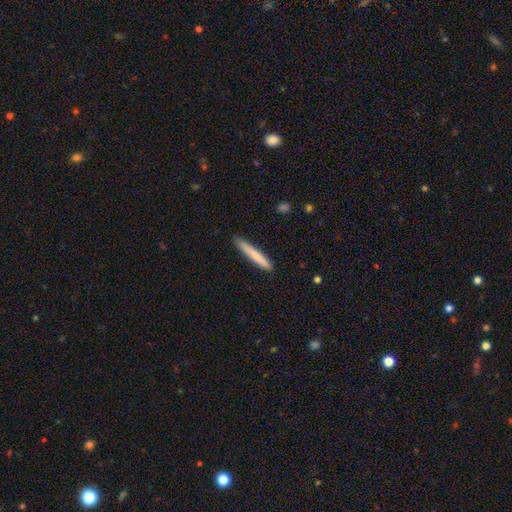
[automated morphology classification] A smooth galaxy with no disk features (76%) that is cigar-shaped (96%).

Vote fractions:
- Smooth or featured? smooth: 76% / featured or disk: 18% / star or artifact: 6%
- How rounded? cigar-shaped: 96% / in between: 3% / round: 1%
- Merging? none: 88% / minor disturbance: 10% / major disturbance: 2% / merger: 1%